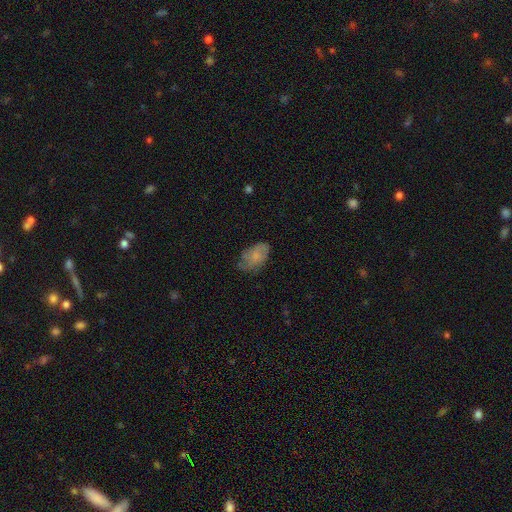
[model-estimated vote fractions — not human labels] Overall: smooth (67%). How rounded: in between (91%). Merging: none (59%; minor disturbance 30%).